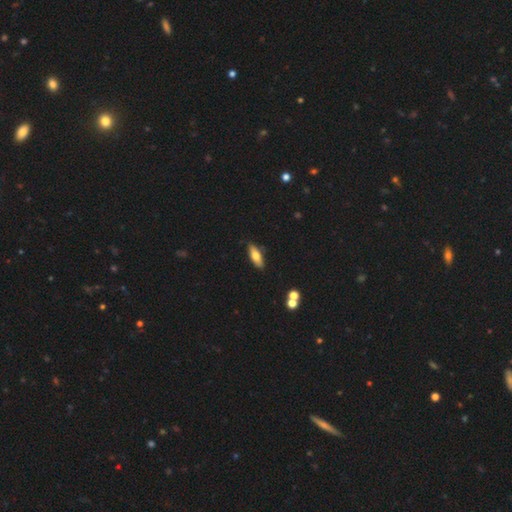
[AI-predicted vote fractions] Smooth or featured: smooth — 69% (featured or disk — 24%)
How rounded: in between — 62% (cigar-shaped — 35%)
Merging: none — 86% (minor disturbance — 10%)